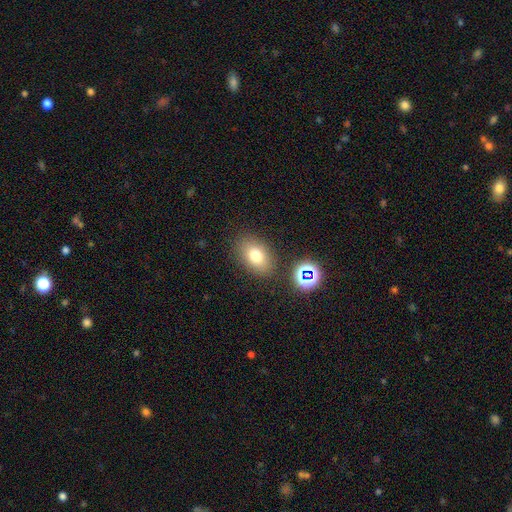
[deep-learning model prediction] Smooth or featured? Predicted: smooth (p=0.75). How rounded? Predicted: in between (p=0.82). Merging? Predicted: none (p=0.82).